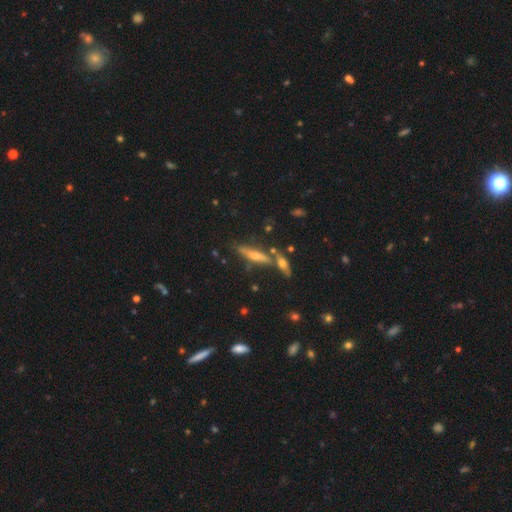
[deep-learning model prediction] The model was most divided on "smooth or featured": featured or disk: 63%, smooth: 26%, star or artifact: 11%. More confident: edge-on disk — yes (92%); edge-on bulge — rounded (76%); merging — none (65%).